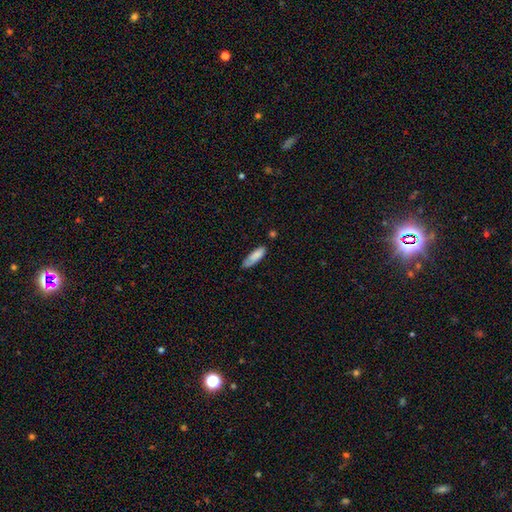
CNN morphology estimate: Smooth or featured: smooth — 82% (featured or disk — 11%)
How rounded: cigar-shaped — 51% (in between — 47%)
Merging: none — 63% (minor disturbance — 26%)